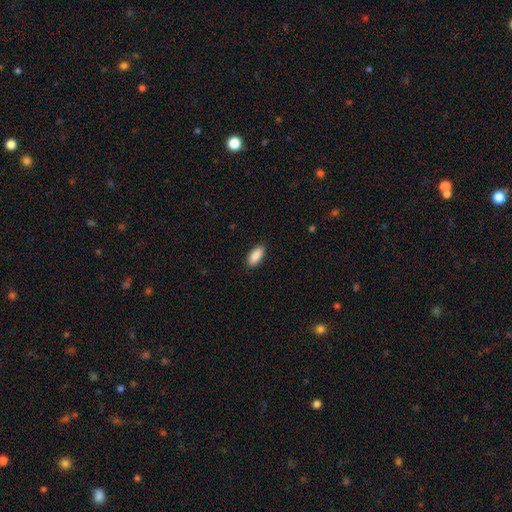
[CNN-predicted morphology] This is clearly a smooth galaxy (90%). How rounded: clearly in between (88%). Merging: clearly none (89%).